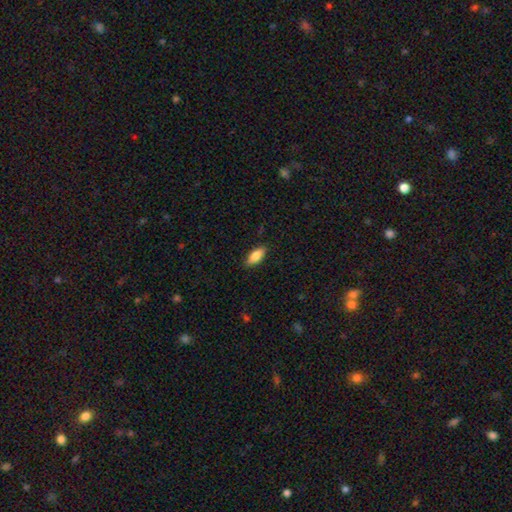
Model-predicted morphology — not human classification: Smooth or featured?
  - smooth: 83% *
  - featured or disk: 10%
  - star or artifact: 6%
How rounded?
  - in between: 82% *
  - cigar-shaped: 15%
  - round: 2%
Merging?
  - none: 87% *
  - minor disturbance: 10%
  - major disturbance: 2%
  - merger: 1%